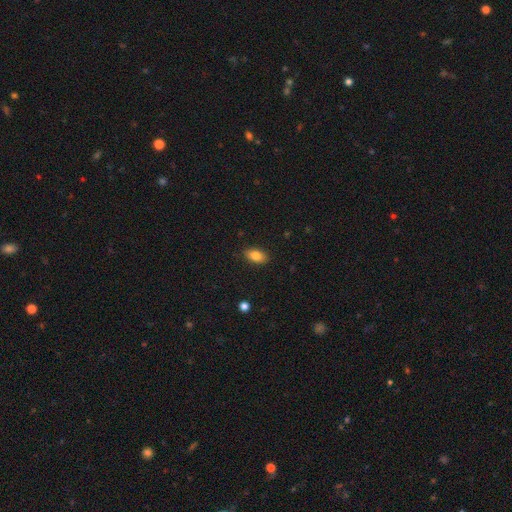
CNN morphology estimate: Smooth or featured? Predicted: smooth (p=0.83). How rounded? Predicted: in between (p=0.89). Merging? Predicted: none (p=0.87).